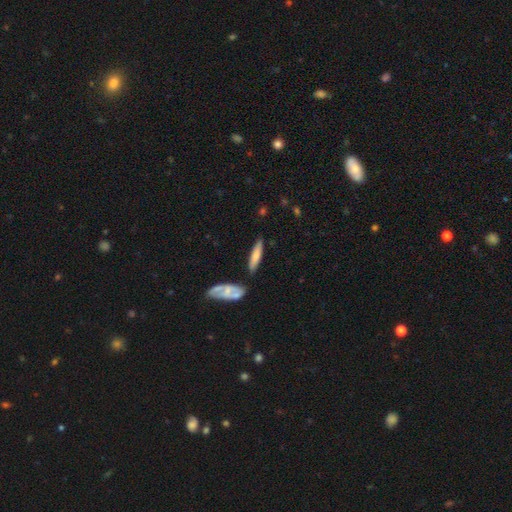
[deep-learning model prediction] Smooth or featured? Predicted: smooth (p=0.66). How rounded? Predicted: cigar-shaped (p=0.79). Merging? Predicted: none (p=0.78).